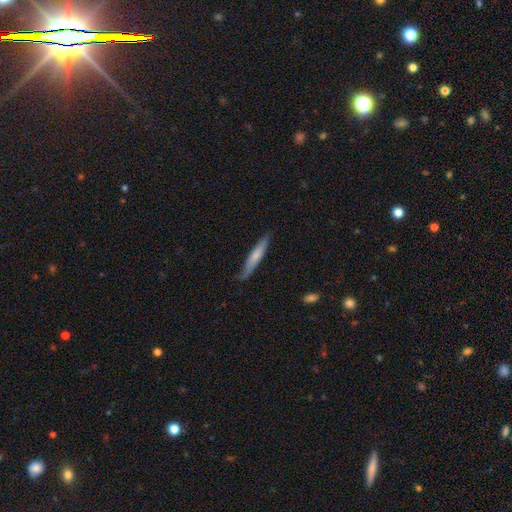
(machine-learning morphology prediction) Smooth or featured?
  - smooth: 63% *
  - featured or disk: 32%
  - star or artifact: 5%
How rounded?
  - cigar-shaped: 91% *
  - in between: 8%
  - round: 1%
Merging?
  - none: 73% *
  - minor disturbance: 21%
  - major disturbance: 5%
  - merger: 2%